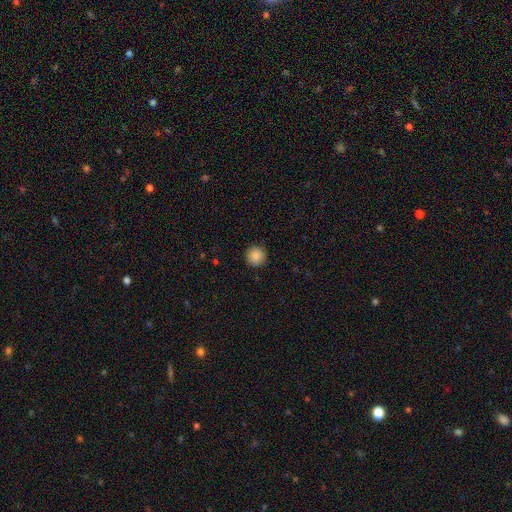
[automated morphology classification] This appears to be a smooth galaxy with no disk features (88%) that is round (95%). Merging: none (90%).